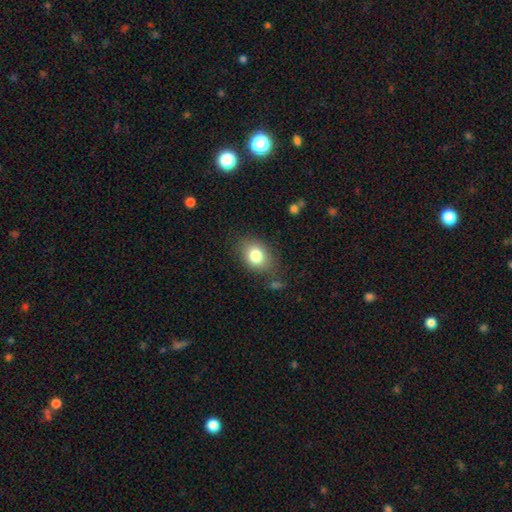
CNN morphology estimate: A smooth galaxy with no disk features (80%) that is in between round and cigar-shaped (69%).

Vote fractions:
- Smooth or featured? smooth: 80% / featured or disk: 11% / star or artifact: 9%
- How rounded? in between: 69% / round: 30% / cigar-shaped: 1%
- Merging? none: 76% / minor disturbance: 15% / major disturbance: 5% / merger: 3%